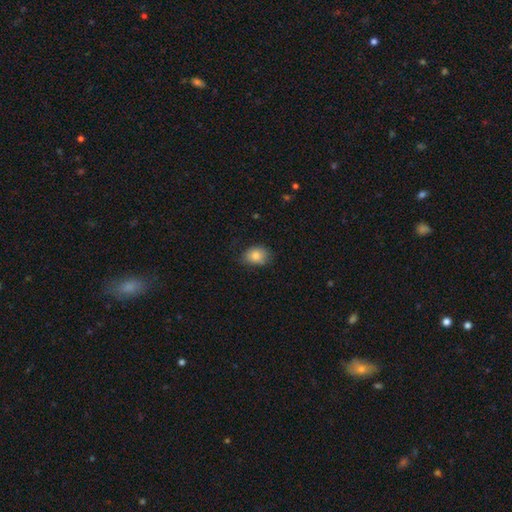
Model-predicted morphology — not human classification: A smooth galaxy with no disk features (83%) that is in between round and cigar-shaped (60%). Merging: none (70%).